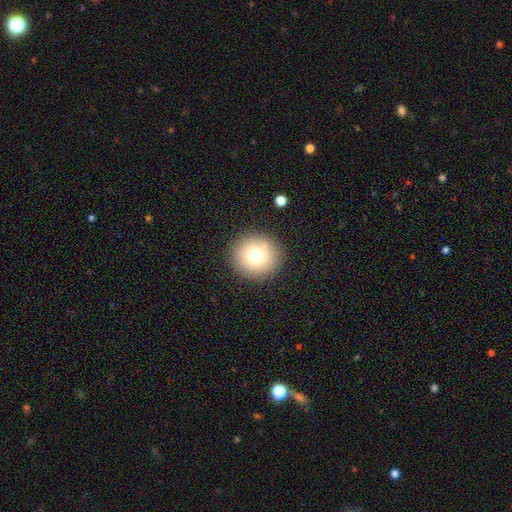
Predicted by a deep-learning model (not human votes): This is likely a smooth galaxy (73%). How rounded: clearly round (91%). Merging: clearly none (88%).